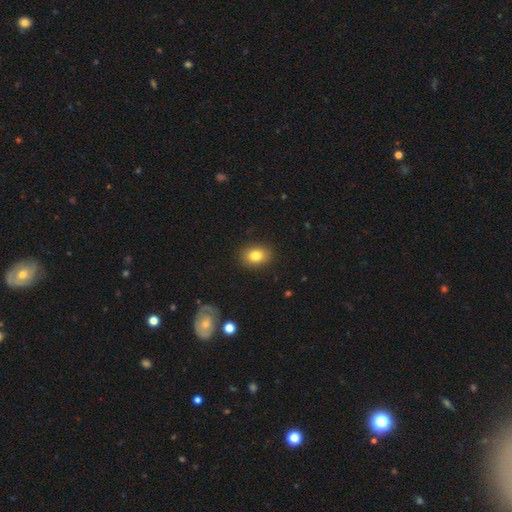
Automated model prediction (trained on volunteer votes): Smooth or featured? Predicted: smooth (p=0.82). How rounded? Predicted: in between (p=0.67). Merging? Predicted: none (p=0.87).